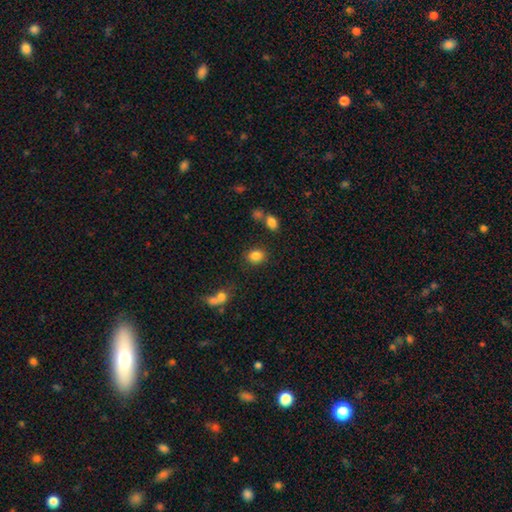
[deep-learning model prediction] Q: Smooth or featured?
A: smooth (85%); runner-up: star or artifact (10%)
Q: How rounded?
A: round (55%); runner-up: in between (44%)
Q: Merging?
A: none (83%); runner-up: minor disturbance (9%)